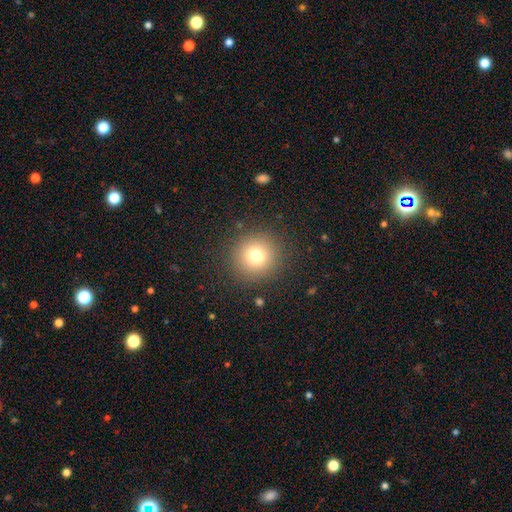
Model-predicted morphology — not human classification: smooth 76%, star or artifact 14%, featured or disk 10%. Down the decision tree: how rounded — round (94%); merging — none (88%).